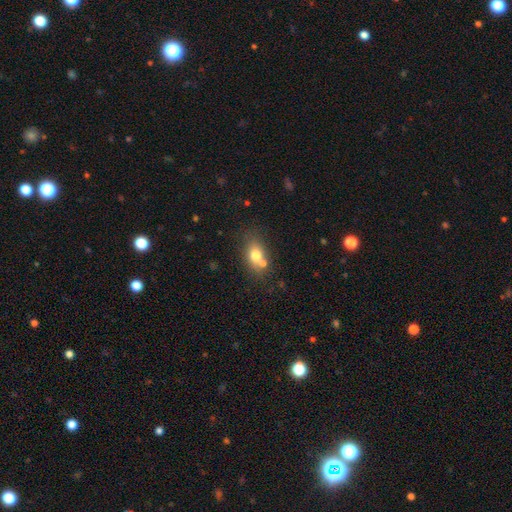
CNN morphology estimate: Smooth or featured?
  - smooth: 73% *
  - featured or disk: 17%
  - star or artifact: 11%
How rounded?
  - in between: 68% *
  - round: 29%
  - cigar-shaped: 2%
Merging?
  - none: 58% *
  - merger: 25%
  - minor disturbance: 13%
  - major disturbance: 4%